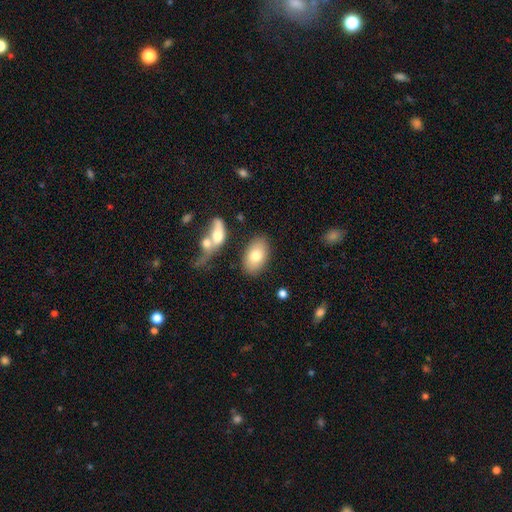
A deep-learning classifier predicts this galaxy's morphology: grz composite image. It shows a smooth galaxy with no disk features (75%) that is in between round and cigar-shaped (91%). Merging: none (76%).